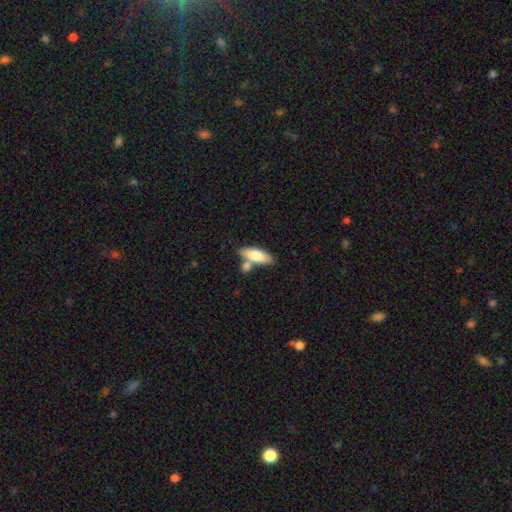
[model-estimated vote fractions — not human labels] Overall: smooth (77%). How rounded: in between (69%). Merging: none (54%; merger 28%).